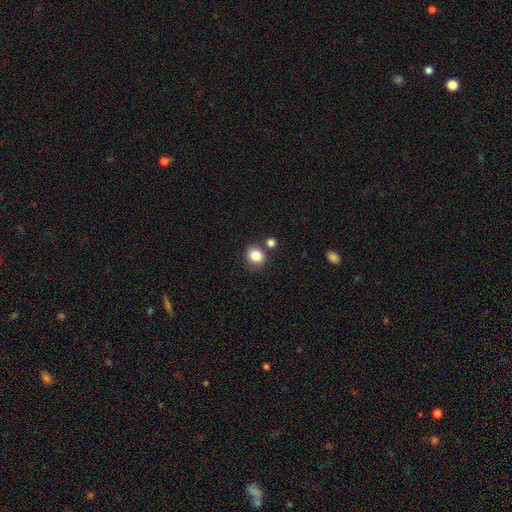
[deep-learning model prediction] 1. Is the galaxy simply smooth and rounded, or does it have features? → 85% smooth, 10% star or artifact, 5% featured or disk.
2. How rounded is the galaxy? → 81% round, 18% in between, 1% cigar-shaped.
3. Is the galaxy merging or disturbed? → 76% none, 11% merger, 10% minor disturbance, 3% major disturbance.